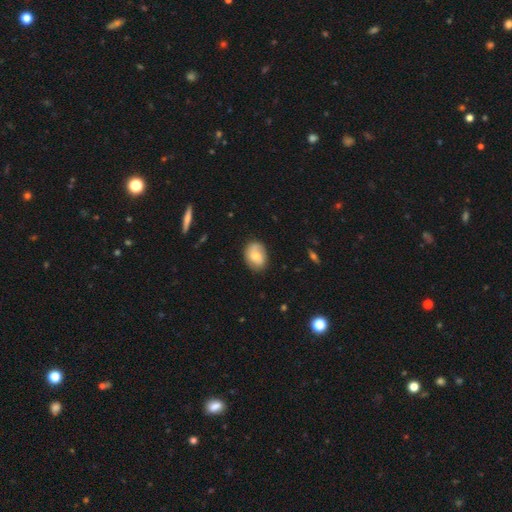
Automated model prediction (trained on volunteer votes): Q: Smooth or featured?
A: smooth (62%); runner-up: featured or disk (31%)
Q: How rounded?
A: in between (66%); runner-up: round (33%)
Q: Merging?
A: none (75%); runner-up: minor disturbance (20%)